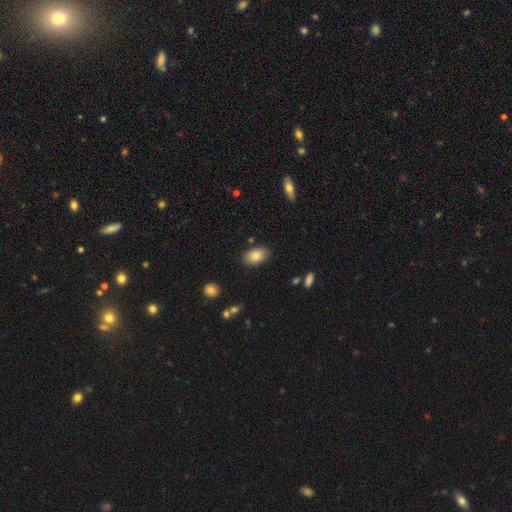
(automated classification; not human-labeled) This is clearly a smooth galaxy (83%). How rounded: clearly in between (91%). Merging: clearly none (85%).